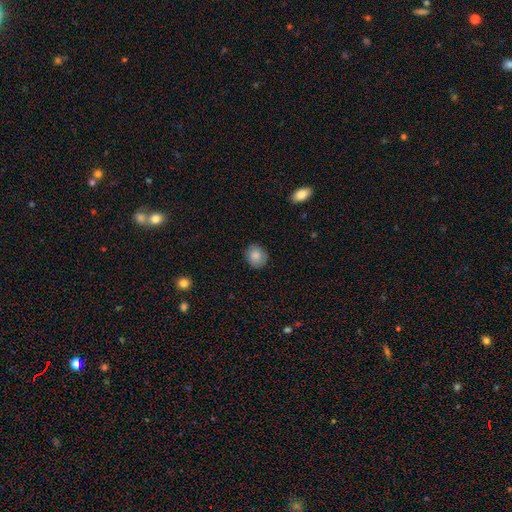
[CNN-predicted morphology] Q: Smooth or featured?
A: smooth (85%); runner-up: star or artifact (8%)
Q: How rounded?
A: round (72%); runner-up: in between (27%)
Q: Merging?
A: none (86%); runner-up: minor disturbance (11%)